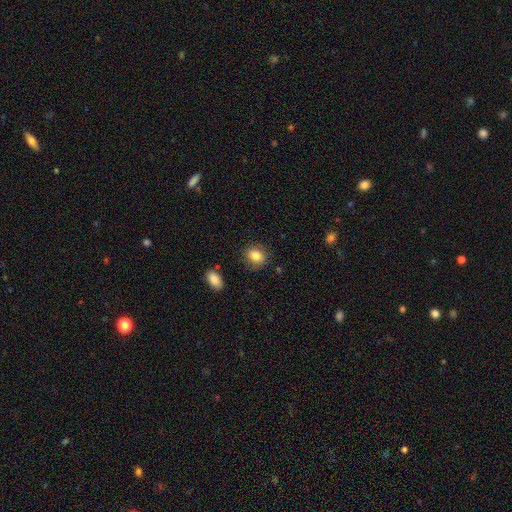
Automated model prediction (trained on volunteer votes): A smooth galaxy with no disk features (85%) that is round (51%). Merging: none (83%).